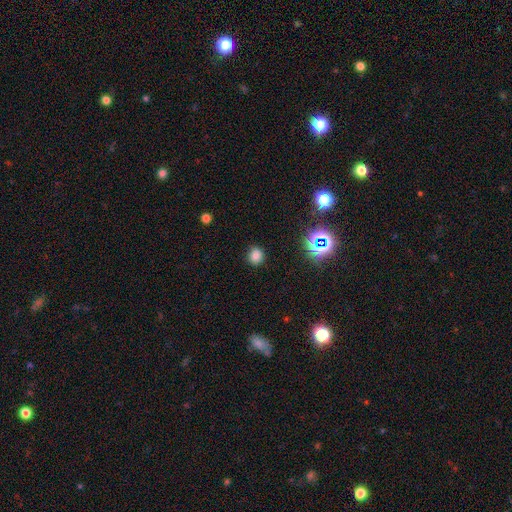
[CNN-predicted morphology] Smooth or featured: smooth — 76% (star or artifact — 18%)
How rounded: round — 81% (in between — 18%)
Merging: none — 88% (minor disturbance — 8%)